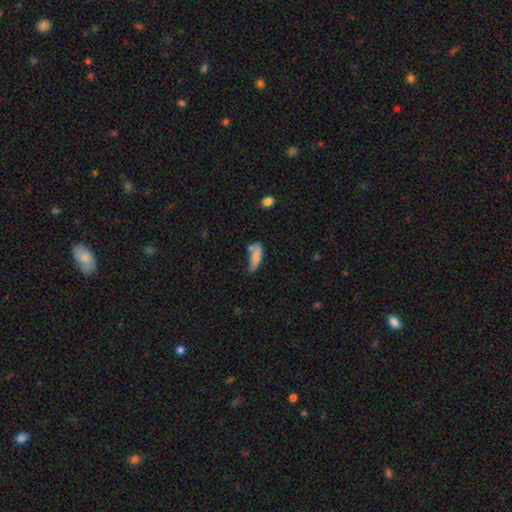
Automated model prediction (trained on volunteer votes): smooth-or-featured: smooth: 76% | featured or disk: 16% | star or artifact: 8%
  how-rounded: in between: 51% | cigar-shaped: 47% | round: 2%
  merging: none: 40% | minor disturbance: 32% | merger: 15% | major disturbance: 13%